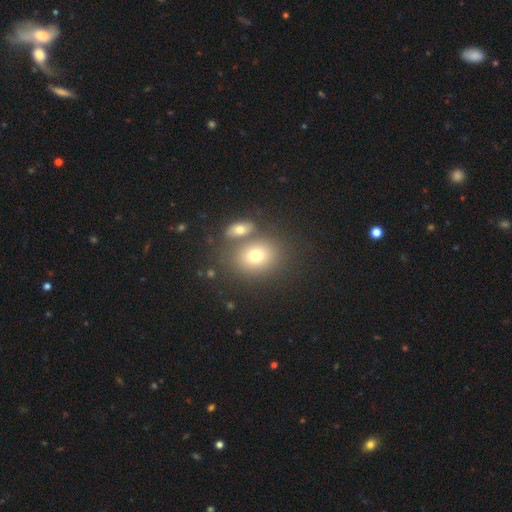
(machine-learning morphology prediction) This is likely a smooth galaxy (73%). How rounded: possibly round (58%). Merging: likely none (63%).